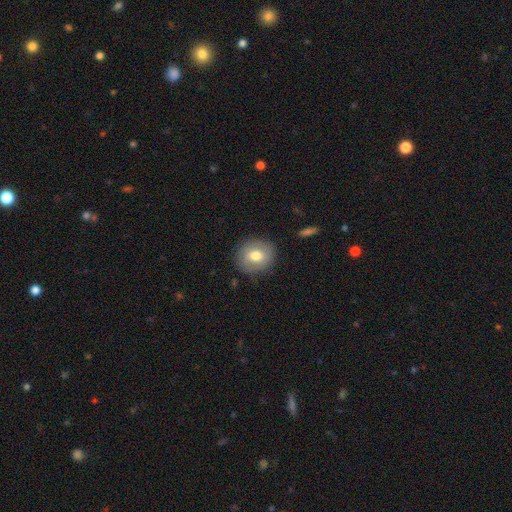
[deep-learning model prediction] Q: Smooth or featured?
A: smooth (72%); runner-up: featured or disk (21%)
Q: How rounded?
A: round (79%); runner-up: in between (20%)
Q: Merging?
A: none (87%); runner-up: minor disturbance (9%)